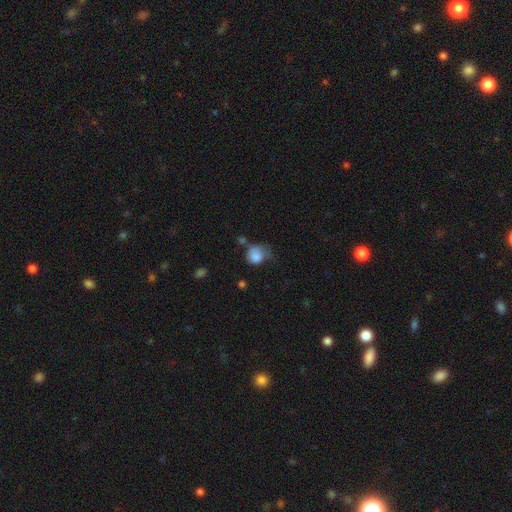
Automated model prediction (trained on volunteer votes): smooth-or-featured: smooth: 81% | featured or disk: 11% | star or artifact: 9%
  how-rounded: round: 68% | in between: 31% | cigar-shaped: 1%
  merging: minor disturbance: 33% | none: 31% | major disturbance: 27% | merger: 9%